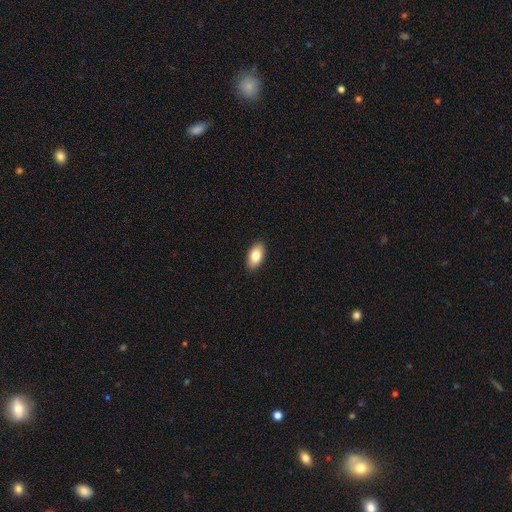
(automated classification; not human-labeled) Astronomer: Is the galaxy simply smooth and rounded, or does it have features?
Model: smooth — 82%.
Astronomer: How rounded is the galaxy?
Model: in between — 93%.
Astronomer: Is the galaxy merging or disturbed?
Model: none — 90%.